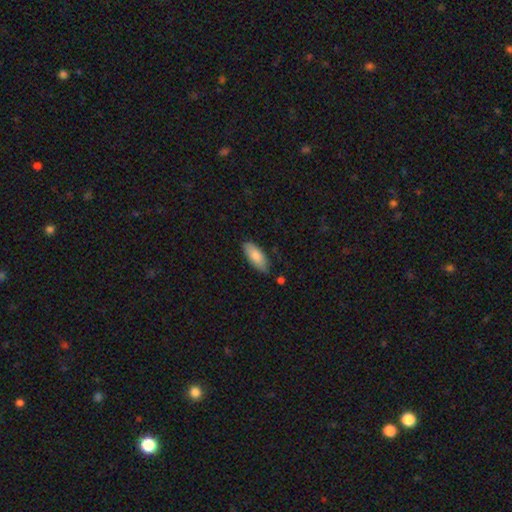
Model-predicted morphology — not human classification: A smooth galaxy with no disk features (83%) that is in between round and cigar-shaped (80%). Merging: none (77%).